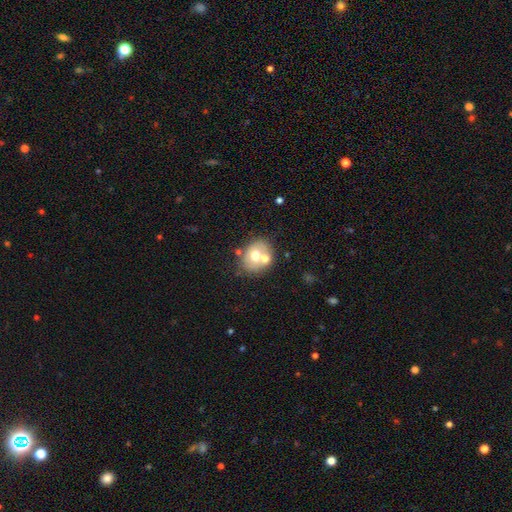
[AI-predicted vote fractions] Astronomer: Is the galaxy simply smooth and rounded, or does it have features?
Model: smooth — 58%.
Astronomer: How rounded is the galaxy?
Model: round — 60% (runner-up: in between, 39%).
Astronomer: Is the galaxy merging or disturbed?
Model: none — 45% (runner-up: merger, 37%).